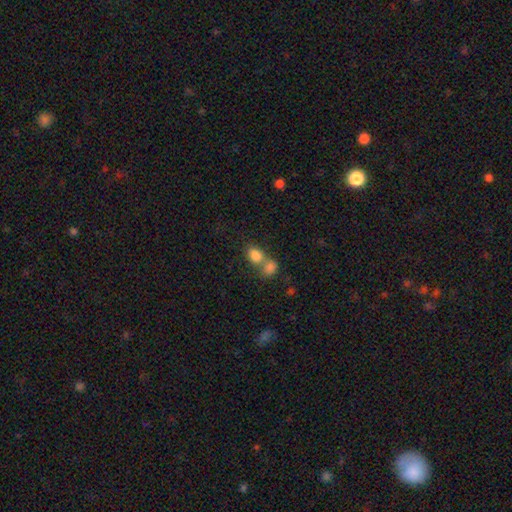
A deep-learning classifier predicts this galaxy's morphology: smooth 82%, star or artifact 10%, featured or disk 8%. Down the decision tree: how rounded — in between (68%); merging — merger (61%).